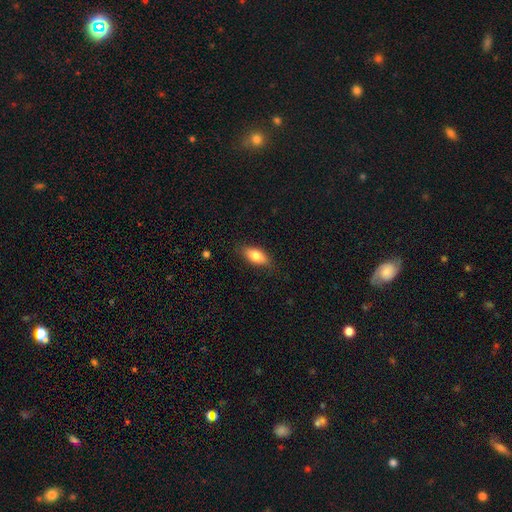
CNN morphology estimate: smooth 80%, featured or disk 13%, star or artifact 7%. Down the decision tree: how rounded — in between (83%); merging — none (83%).